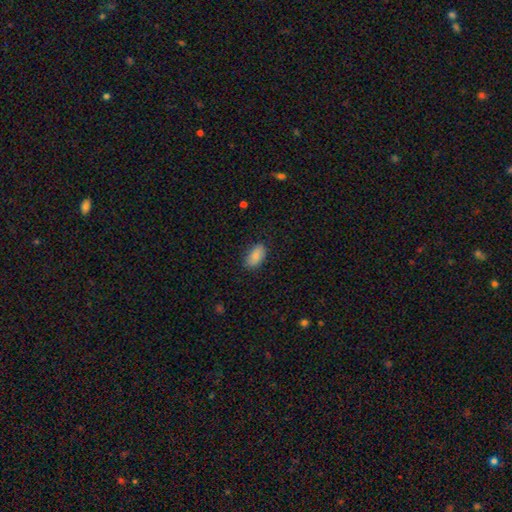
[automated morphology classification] A smooth galaxy with no disk features (87%) that is in between round and cigar-shaped (93%).

Vote fractions:
- Smooth or featured? smooth: 87% / star or artifact: 7% / featured or disk: 6%
- How rounded? in between: 93% / round: 4% / cigar-shaped: 3%
- Merging? none: 85% / minor disturbance: 11% / major disturbance: 3% / merger: 1%